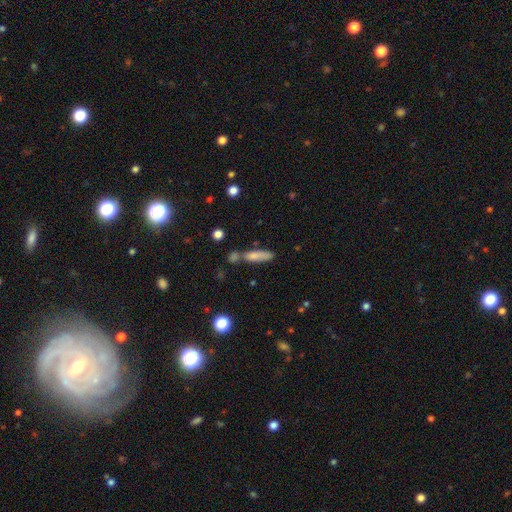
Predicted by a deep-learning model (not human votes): Morphology: type=smooth (75%); roundness=cigar-shaped (69%); merging=none (51%).